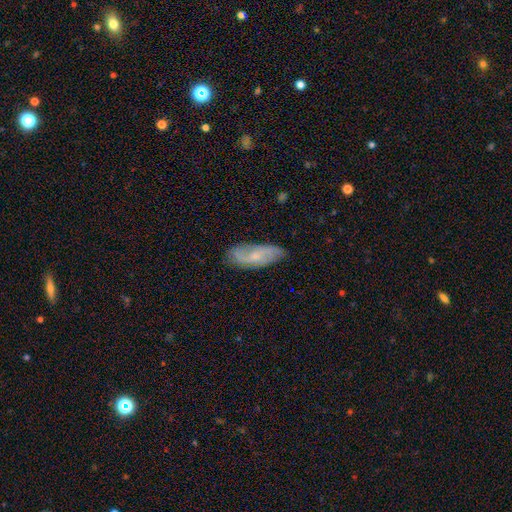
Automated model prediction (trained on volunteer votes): Smooth or featured? featured or disk (57%)
Edge-on disk? no (88%)
Bar? no (54%)
Spiral arms? yes (87%)
Bulge size? small (55%)
Merging? none (74%)